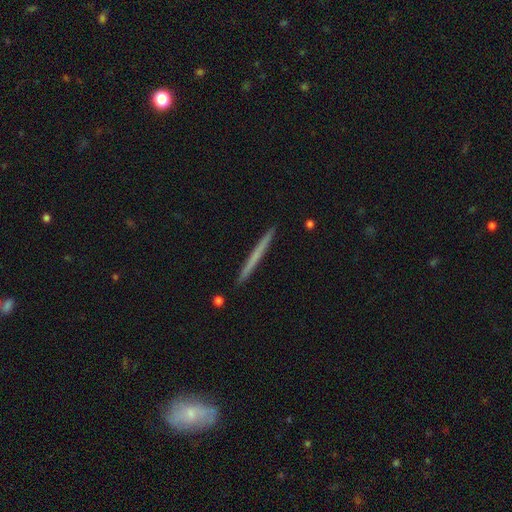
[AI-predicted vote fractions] Q: Smooth or featured?
A: smooth (53%); runner-up: featured or disk (42%)
Q: How rounded?
A: cigar-shaped (97%); runner-up: in between (1%)
Q: Merging?
A: none (93%); runner-up: minor disturbance (5%)